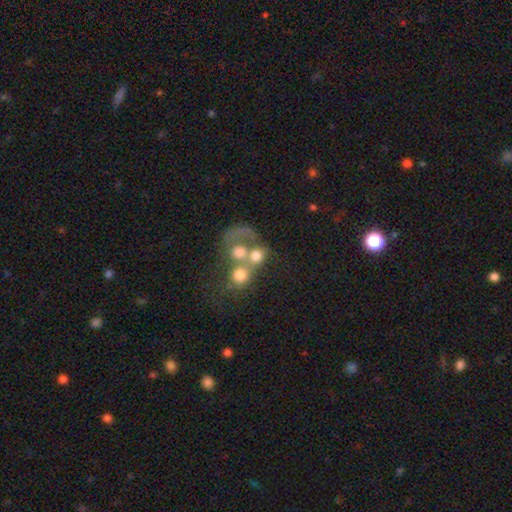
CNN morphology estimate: smooth 58%, featured or disk 29%, star or artifact 13%. Down the decision tree: how rounded — round (73%); merging — merger (58%).